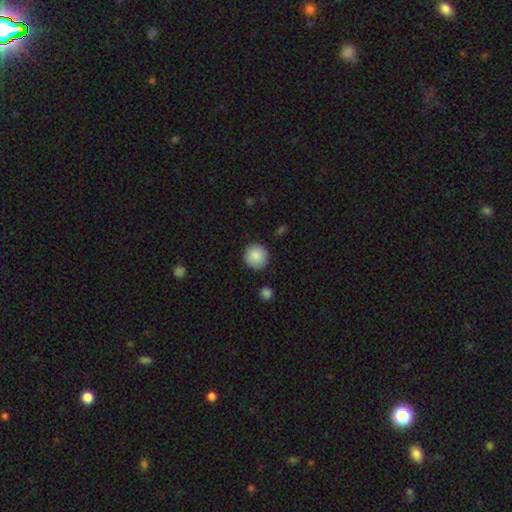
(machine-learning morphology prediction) Smooth or featured: smooth — 89% (star or artifact — 7%)
How rounded: round — 94% (in between — 5%)
Merging: none — 90% (minor disturbance — 7%)